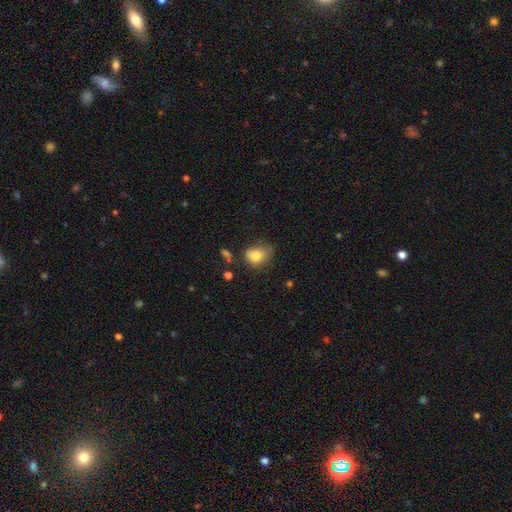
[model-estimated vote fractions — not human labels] smooth-or-featured: smooth: 79% | featured or disk: 11% | star or artifact: 10%
  how-rounded: round: 56% | in between: 43% | cigar-shaped: 1%
  merging: none: 48% | minor disturbance: 34% | major disturbance: 14% | merger: 5%